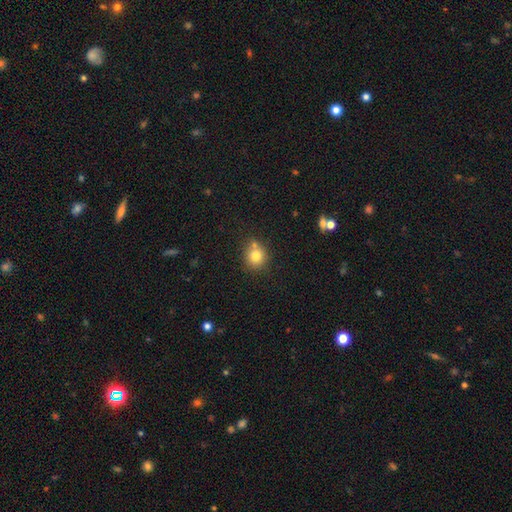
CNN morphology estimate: Overall: smooth (79%). How rounded: round (84%). Merging: none (67%).